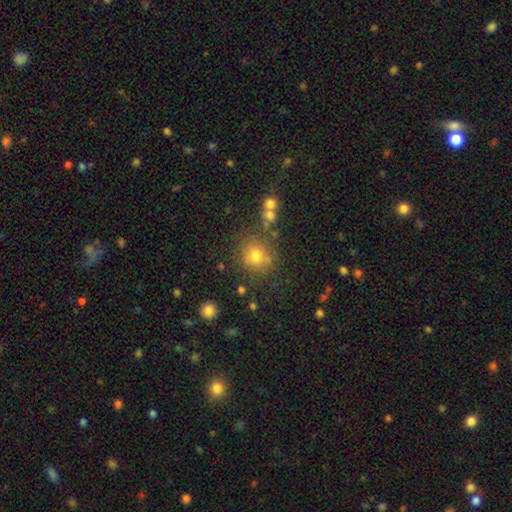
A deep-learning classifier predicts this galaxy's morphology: Smooth or featured? Predicted: smooth (p=0.74). How rounded? Predicted: round (p=0.88). Merging? Predicted: none (p=0.73).